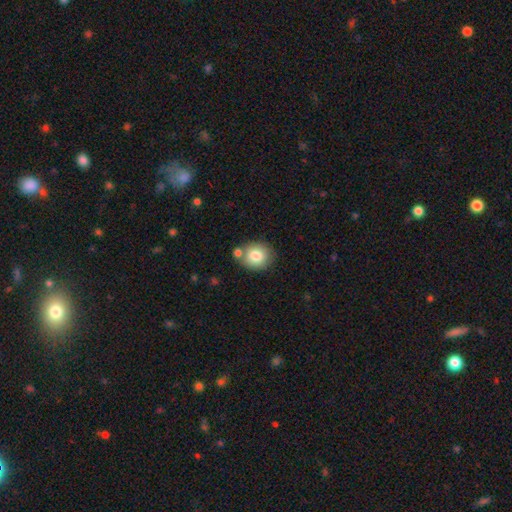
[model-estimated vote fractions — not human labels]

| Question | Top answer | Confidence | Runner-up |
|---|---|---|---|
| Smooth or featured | smooth | 81% | featured or disk (11%) |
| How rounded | round | 72% | in between (27%) |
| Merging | none | 68% | merger (17%) |